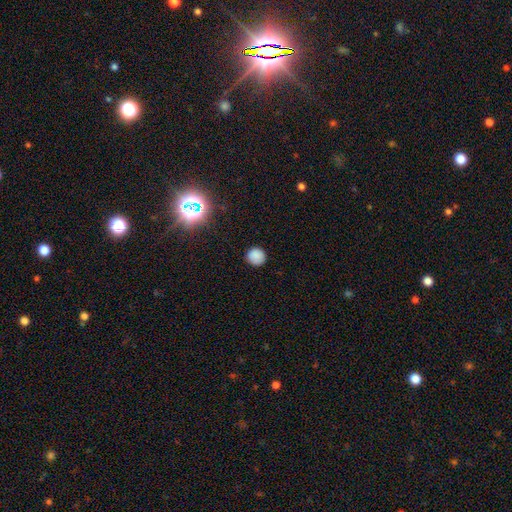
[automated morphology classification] Smooth or featured: smooth — 83% (star or artifact — 13%)
How rounded: round — 92% (in between — 7%)
Merging: none — 88% (minor disturbance — 8%)